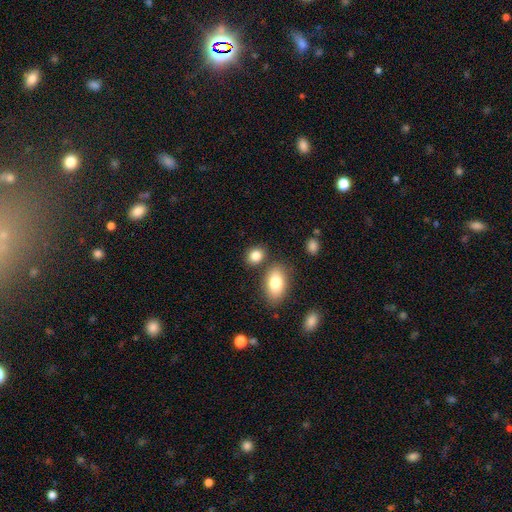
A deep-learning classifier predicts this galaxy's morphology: A smooth galaxy with no disk features (83%) that is in between round and cigar-shaped (63%). Merging: none (73%).